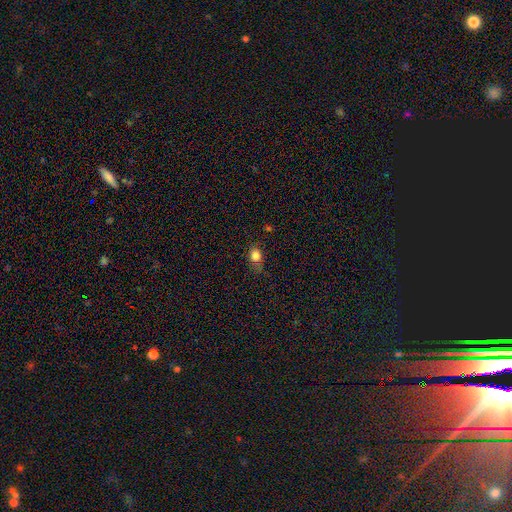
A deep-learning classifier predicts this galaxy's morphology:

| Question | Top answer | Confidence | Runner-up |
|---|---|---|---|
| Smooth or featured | smooth | 82% | star or artifact (12%) |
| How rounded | in between | 50% | round (48%) |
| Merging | none | 64% | minor disturbance (26%) |